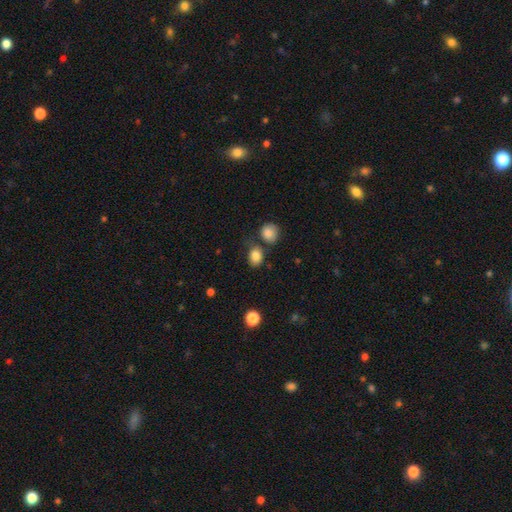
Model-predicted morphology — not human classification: smooth 85%, star or artifact 10%, featured or disk 6%. Down the decision tree: how rounded — in between (59%); merging — none (67%).